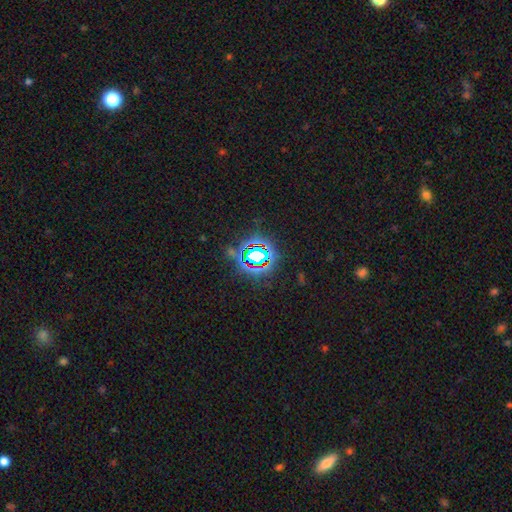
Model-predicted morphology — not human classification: smooth_or_featured: star or artifact (p=0.74) [alt: smooth p=0.15]